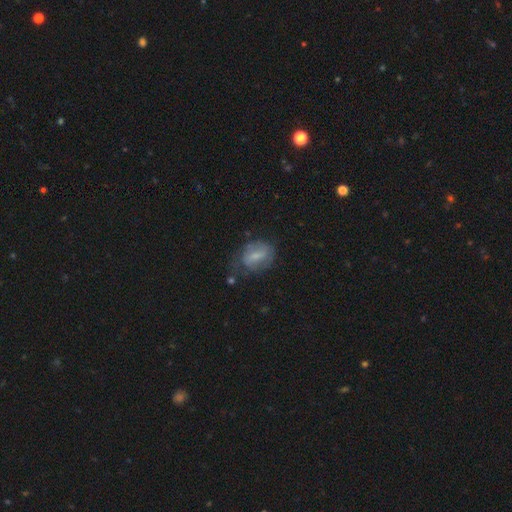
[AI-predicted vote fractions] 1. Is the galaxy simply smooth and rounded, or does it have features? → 51% smooth, 41% featured or disk, 8% star or artifact.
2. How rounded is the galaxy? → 72% in between, 25% round, 3% cigar-shaped.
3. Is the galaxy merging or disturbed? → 50% none, 30% minor disturbance, 16% major disturbance, 4% merger.